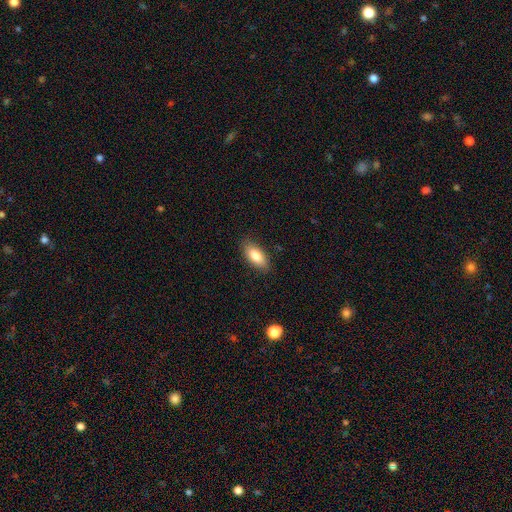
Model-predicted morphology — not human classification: This appears to be a smooth galaxy with no disk features (82%) that is in between round and cigar-shaped (86%). Merging: none (85%).